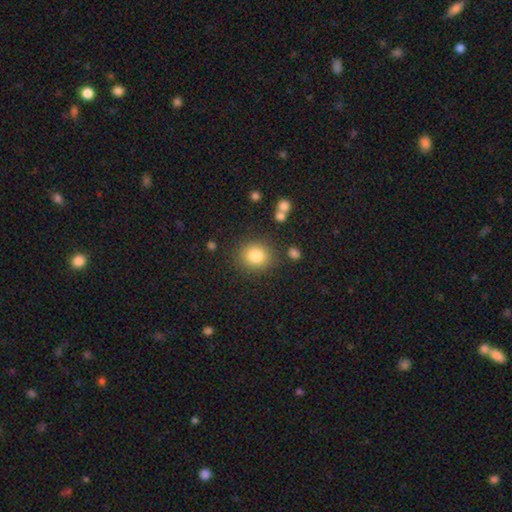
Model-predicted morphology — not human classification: Smooth or featured?
  - smooth: 83% *
  - star or artifact: 10%
  - featured or disk: 7%
How rounded?
  - round: 81% *
  - in between: 18%
  - cigar-shaped: 1%
Merging?
  - none: 83% *
  - minor disturbance: 9%
  - merger: 4%
  - major disturbance: 4%